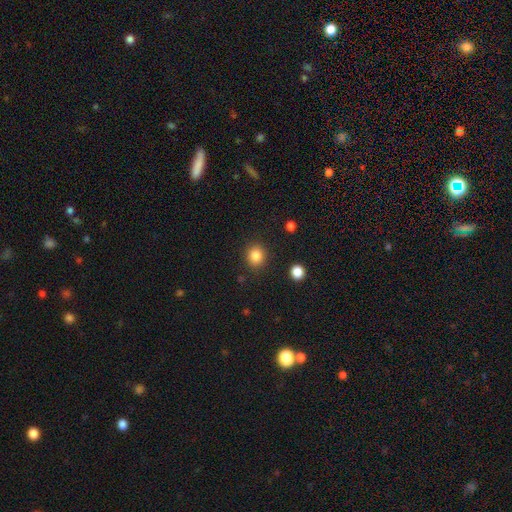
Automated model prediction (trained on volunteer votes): The model was most divided on "how rounded": round: 79%, in between: 20%, cigar-shaped: 1%. More confident: merging — none (88%); smooth or featured — smooth (85%).